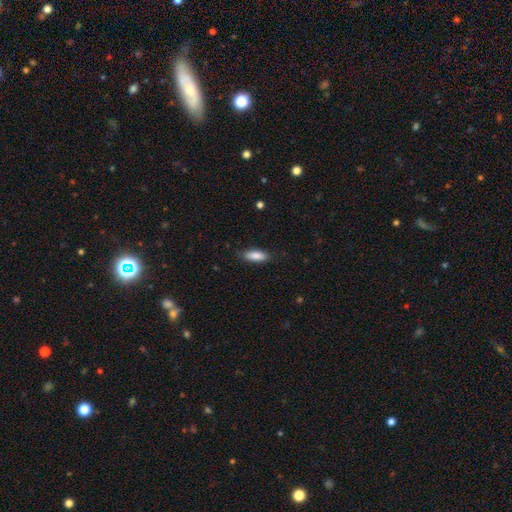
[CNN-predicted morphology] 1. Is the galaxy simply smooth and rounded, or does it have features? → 87% smooth, 7% featured or disk, 6% star or artifact.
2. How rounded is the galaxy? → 68% in between, 31% cigar-shaped, 2% round.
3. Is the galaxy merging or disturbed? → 85% none, 12% minor disturbance, 2% major disturbance, 1% merger.